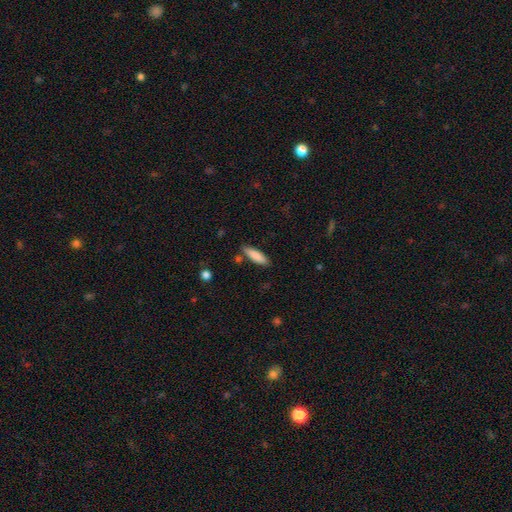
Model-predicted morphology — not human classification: smooth_or_featured: smooth (p=0.84) [alt: featured or disk p=0.10]
how_rounded: cigar-shaped (p=0.58) [alt: in between p=0.40]
merging: none (p=0.81) [alt: minor disturbance p=0.12]